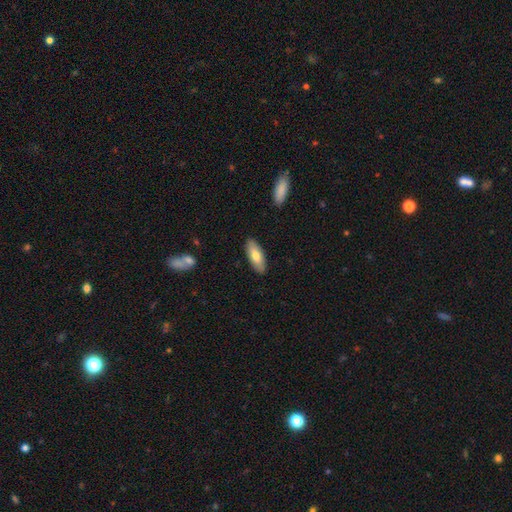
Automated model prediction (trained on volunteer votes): Smooth or featured? smooth (74%)
How rounded? in between (73%)
Merging? none (89%)